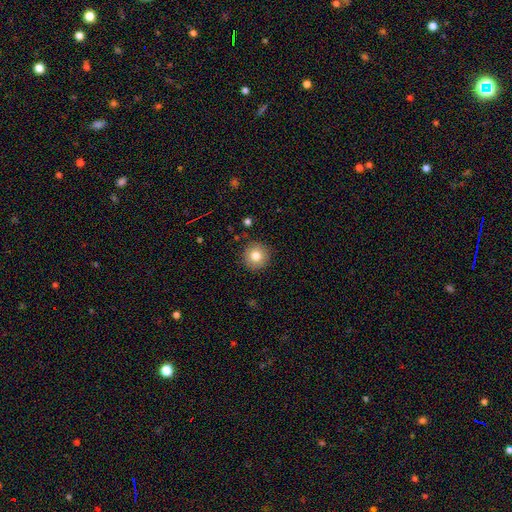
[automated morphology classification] This appears to be a smooth galaxy with no disk features (79%) that is round (95%). Merging: none (90%).